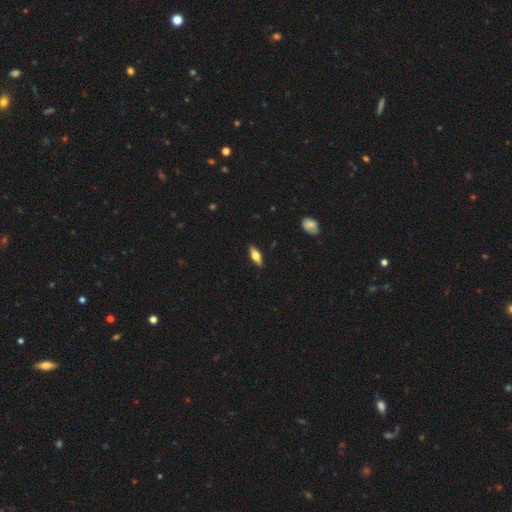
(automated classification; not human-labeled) Smooth or featured? Predicted: smooth (p=0.50). Merging? Predicted: none (p=0.89).